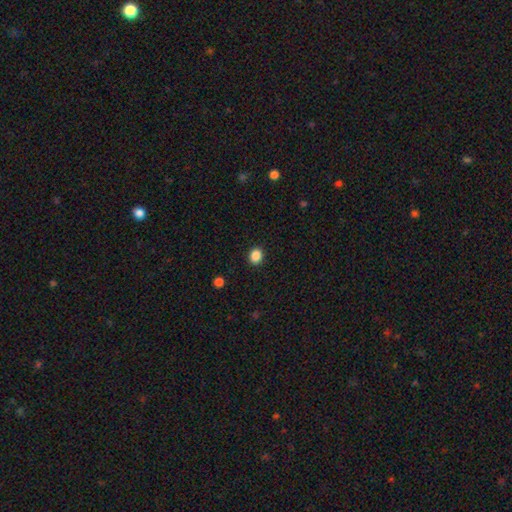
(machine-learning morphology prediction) type=smooth (87%); roundness=round (64%); merging=none (91%).